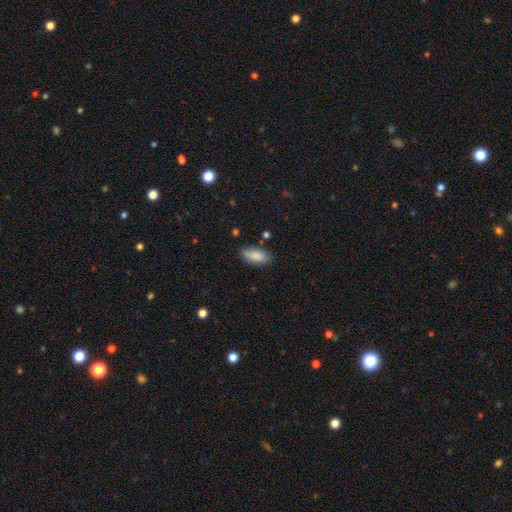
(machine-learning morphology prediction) A smooth galaxy with no disk features (86%) that is in between round and cigar-shaped (88%).

Vote fractions:
- Smooth or featured? smooth: 86% / featured or disk: 7% / star or artifact: 7%
- How rounded? in between: 88% / cigar-shaped: 10% / round: 2%
- Merging? none: 79% / minor disturbance: 15% / major disturbance: 3% / merger: 3%